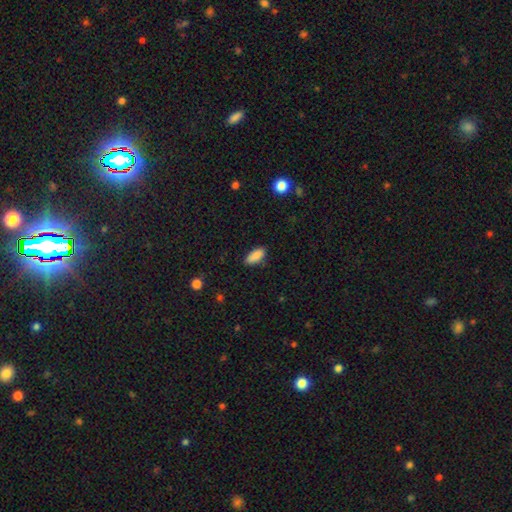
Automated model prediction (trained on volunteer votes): This appears to be a smooth galaxy with no disk features (87%) that is in between round and cigar-shaped (86%). Merging: none (80%).